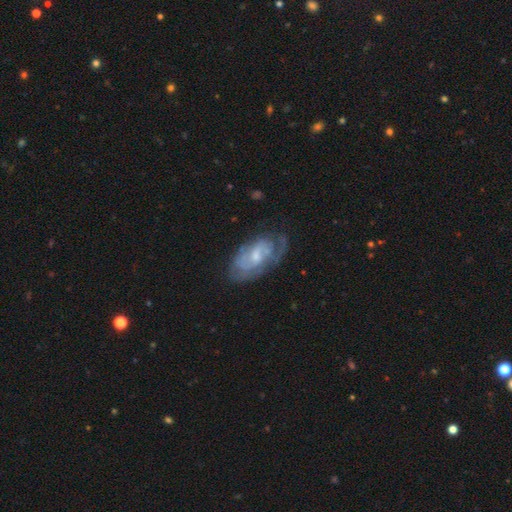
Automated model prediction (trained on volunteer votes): Smooth or featured? featured or disk (73%)
Edge-on disk? no (94%)
Bar? no (54%)
Spiral arms? yes (79%)
Spiral winding? tight (46%)
Spiral arm count? can't tell (42%)
Bulge size? small (47%)
Merging? none (57%)